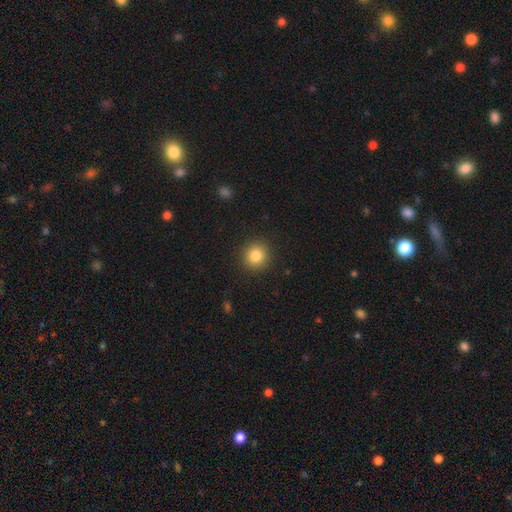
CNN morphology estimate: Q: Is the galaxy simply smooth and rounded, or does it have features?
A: smooth — 84%.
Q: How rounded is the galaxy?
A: round — 92%.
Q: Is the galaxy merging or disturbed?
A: none — 91%.